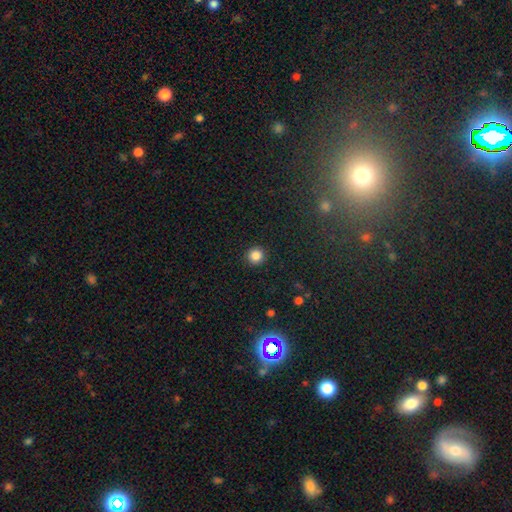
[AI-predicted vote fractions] Smooth or featured?
  - smooth: 85% *
  - star or artifact: 11%
  - featured or disk: 4%
How rounded?
  - round: 95% *
  - in between: 4%
  - cigar-shaped: 1%
Merging?
  - none: 93% *
  - minor disturbance: 5%
  - major disturbance: 2%
  - merger: 1%